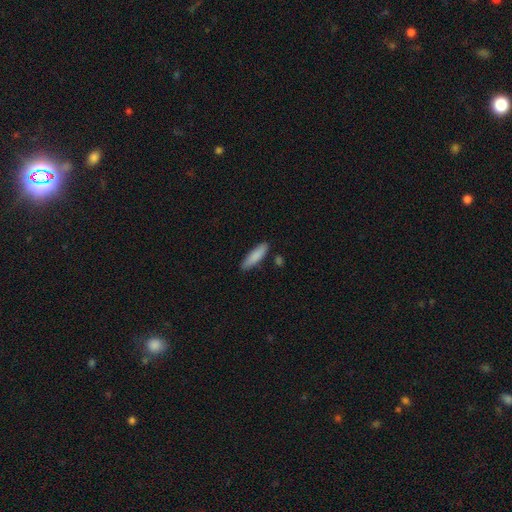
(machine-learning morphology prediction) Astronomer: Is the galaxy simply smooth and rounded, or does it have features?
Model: smooth — 86%.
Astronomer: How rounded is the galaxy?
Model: cigar-shaped — 65%.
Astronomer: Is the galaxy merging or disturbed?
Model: none — 85%.